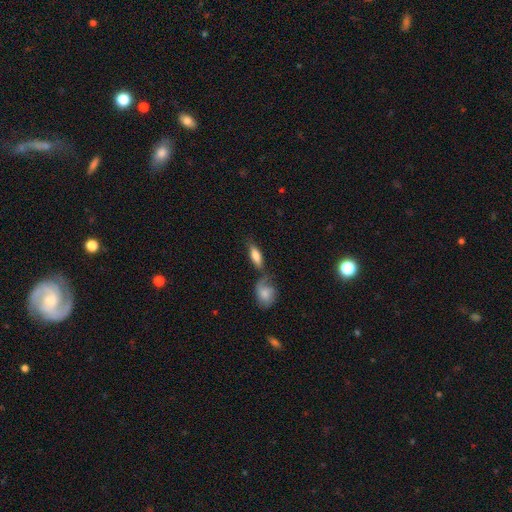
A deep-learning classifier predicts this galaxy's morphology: Q: Smooth or featured?
A: smooth (77%); runner-up: featured or disk (16%)
Q: How rounded?
A: in between (74%); runner-up: cigar-shaped (22%)
Q: Merging?
A: none (48%); runner-up: merger (27%)